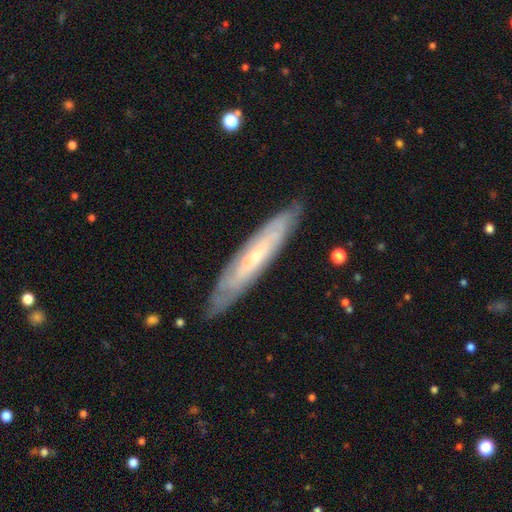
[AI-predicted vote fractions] Overall: featured or disk (70%). Edge-on disk: no (50%, tied with yes). Merging: none (83%).